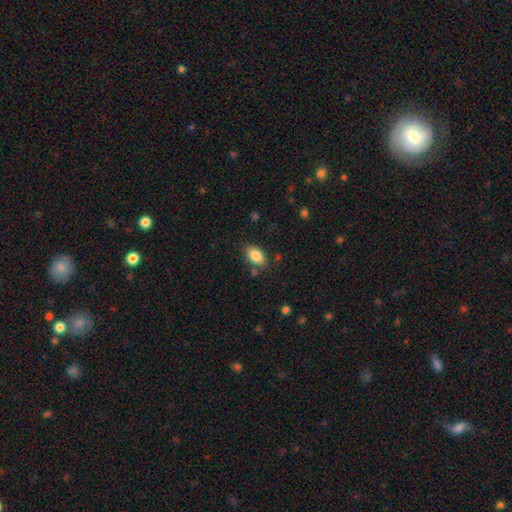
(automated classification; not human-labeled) The model was most divided on "merging": none: 78%, minor disturbance: 14%, merger: 4%, major disturbance: 4%. More confident: how rounded — in between (90%); smooth or featured — smooth (85%).